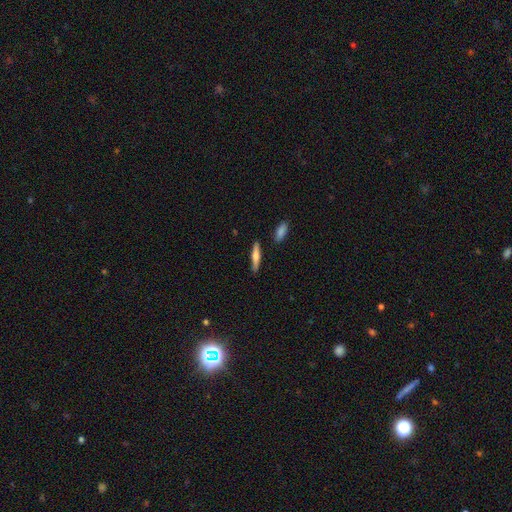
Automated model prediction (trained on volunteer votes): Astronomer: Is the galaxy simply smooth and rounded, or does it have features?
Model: smooth — 55% (runner-up: featured or disk, 39%).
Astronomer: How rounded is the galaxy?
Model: cigar-shaped — 83%.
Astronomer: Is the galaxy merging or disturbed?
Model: none — 86%.